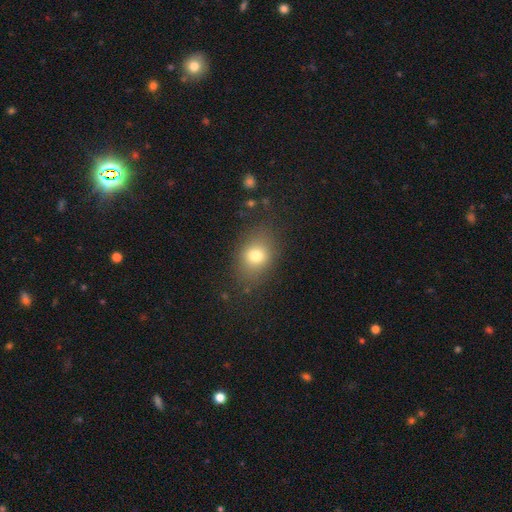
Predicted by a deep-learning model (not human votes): A smooth galaxy with no disk features (75%) that is in between round and cigar-shaped (58%). Merging: none (78%).